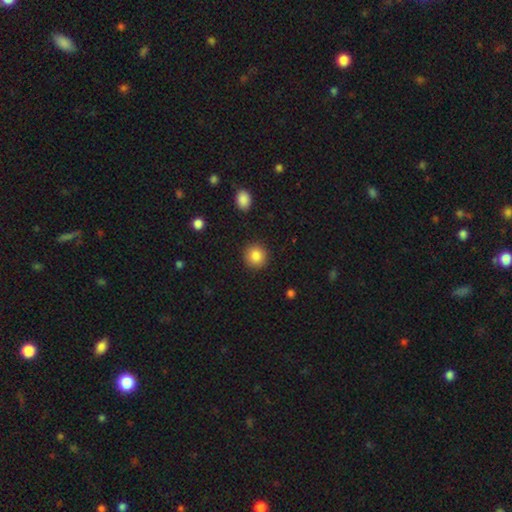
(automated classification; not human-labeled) The model was most divided on "smooth or featured": smooth: 85%, star or artifact: 9%, featured or disk: 6%. More confident: how rounded — round (91%); merging — none (91%).